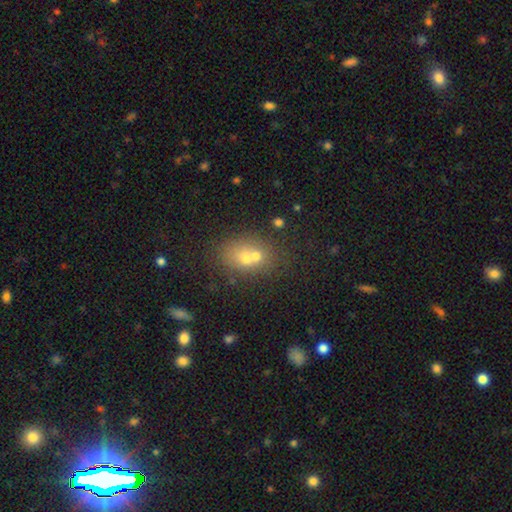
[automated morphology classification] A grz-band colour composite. It shows a smooth galaxy with no disk features (61%) that is in between round and cigar-shaped (53%). Merging: merger (53%).